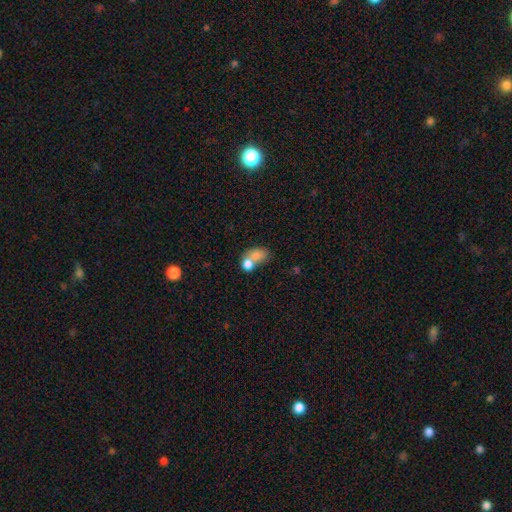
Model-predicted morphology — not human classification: Smooth or featured? smooth (75%)
How rounded? in between (65%)
Merging? merger (59%)